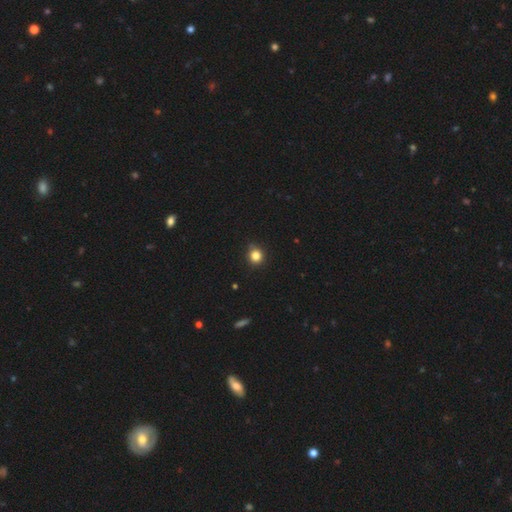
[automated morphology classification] smooth-or-featured: smooth: 82% | star or artifact: 13% | featured or disk: 5%
  how-rounded: round: 89% | in between: 10% | cigar-shaped: 1%
  merging: none: 83% | minor disturbance: 13% | major disturbance: 2% | merger: 1%